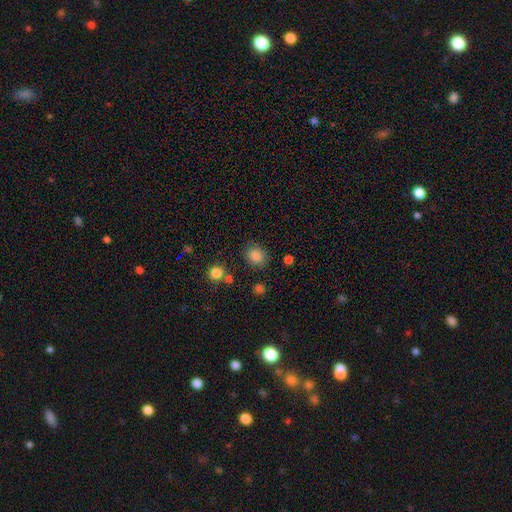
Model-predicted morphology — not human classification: smooth-or-featured: smooth: 84% | star or artifact: 11% | featured or disk: 5%
  how-rounded: round: 72% | in between: 27% | cigar-shaped: 1%
  merging: none: 82% | minor disturbance: 11% | merger: 3% | major disturbance: 3%